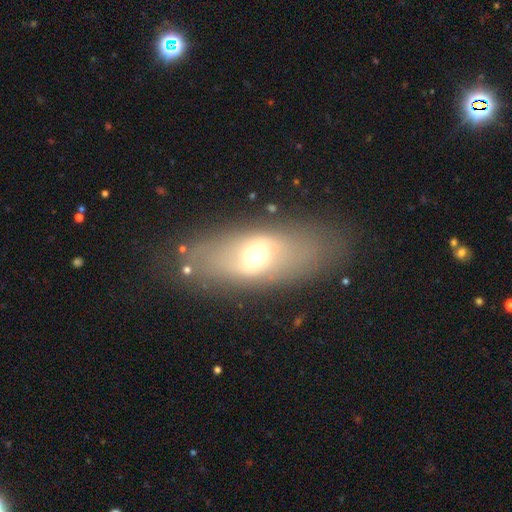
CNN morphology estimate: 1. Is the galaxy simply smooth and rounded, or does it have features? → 45% smooth, 44% featured or disk, 10% star or artifact.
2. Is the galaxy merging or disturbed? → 81% none, 12% minor disturbance, 5% major disturbance, 2% merger.